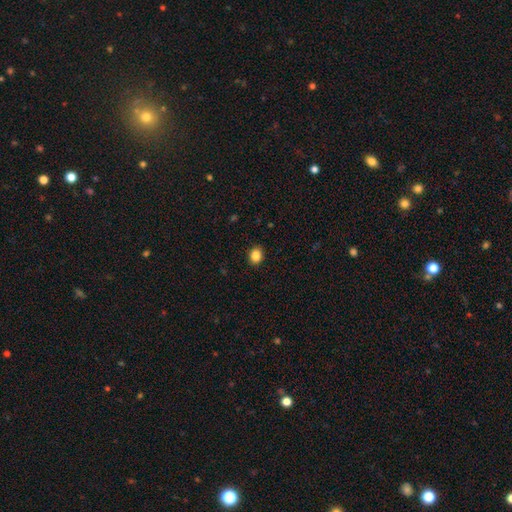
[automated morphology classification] Smooth or featured? smooth (86%)
How rounded? round (57%)
Merging? none (90%)